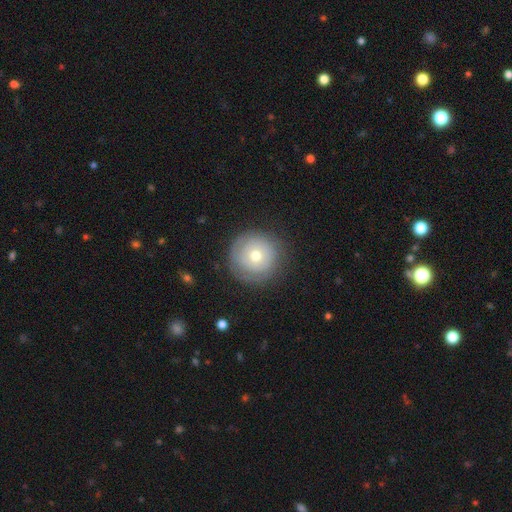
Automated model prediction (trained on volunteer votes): Smooth or featured? Predicted: smooth (p=0.54). How rounded? Predicted: round (p=0.95). Merging? Predicted: none (p=0.81).